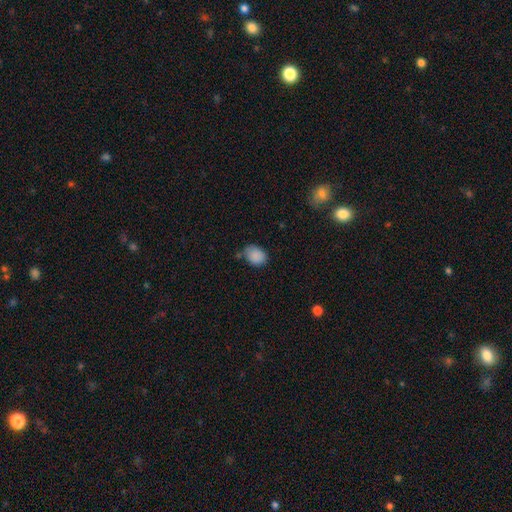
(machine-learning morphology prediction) Smooth or featured: smooth — 88% (star or artifact — 8%)
How rounded: in between — 65% (round — 35%)
Merging: none — 65% (minor disturbance — 24%)